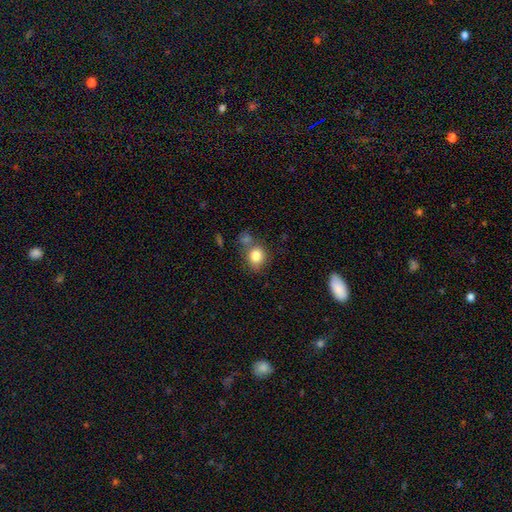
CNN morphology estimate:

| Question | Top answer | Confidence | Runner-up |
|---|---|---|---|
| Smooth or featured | smooth | 82% | star or artifact (10%) |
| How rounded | round | 75% | in between (24%) |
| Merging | none | 62% | merger (19%) |